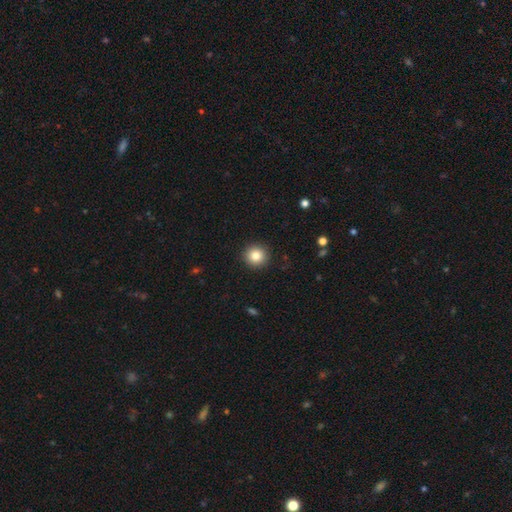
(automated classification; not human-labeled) smooth 84%, star or artifact 10%, featured or disk 6%. Down the decision tree: how rounded — round (94%); merging — none (92%).